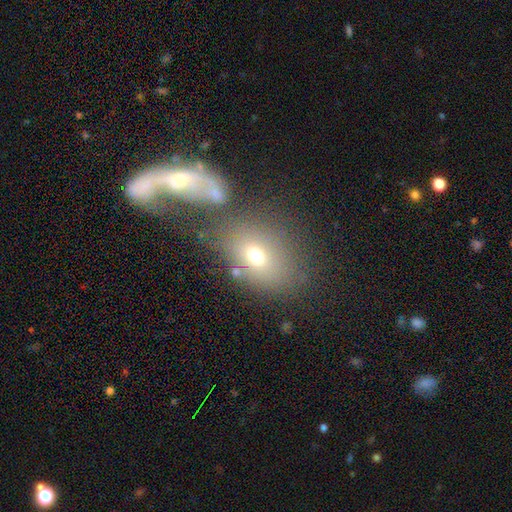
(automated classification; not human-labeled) Morphology: type=smooth (65%); roundness=in between (67%); merging=none (54%).